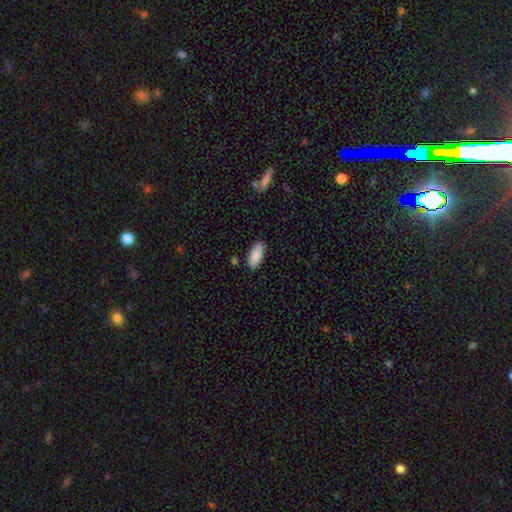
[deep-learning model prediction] This is clearly a smooth galaxy (89%). How rounded: clearly in between (83%). Merging: clearly none (85%).